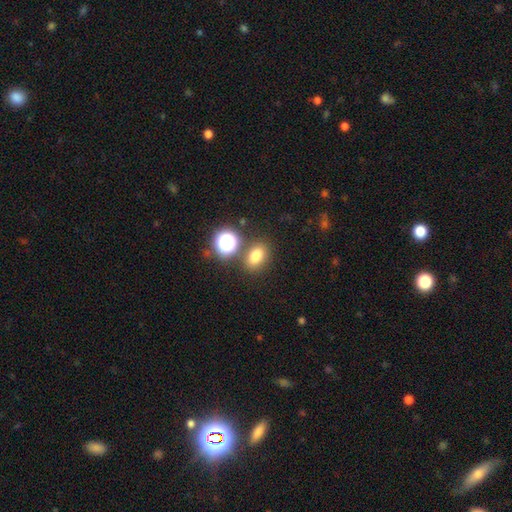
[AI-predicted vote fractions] This is likely a smooth galaxy (75%). How rounded: likely in between (64%). Merging: likely none (77%).